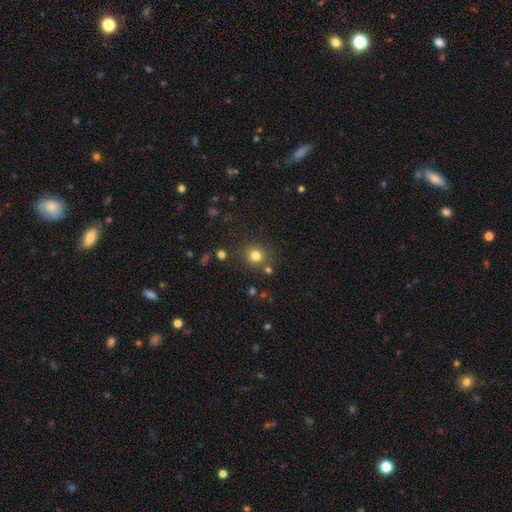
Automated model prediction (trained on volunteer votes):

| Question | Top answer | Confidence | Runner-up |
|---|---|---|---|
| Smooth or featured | smooth | 80% | star or artifact (14%) |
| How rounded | round | 90% | in between (9%) |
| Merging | none | 83% | minor disturbance (8%) |